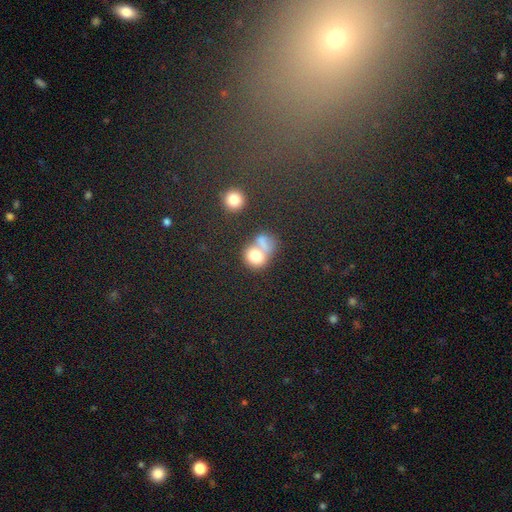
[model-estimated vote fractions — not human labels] smooth_or_featured: smooth (p=0.74) [alt: featured or disk p=0.14]
how_rounded: round (p=0.60) [alt: in between p=0.39]
merging: merger (p=0.50) [alt: none p=0.29]